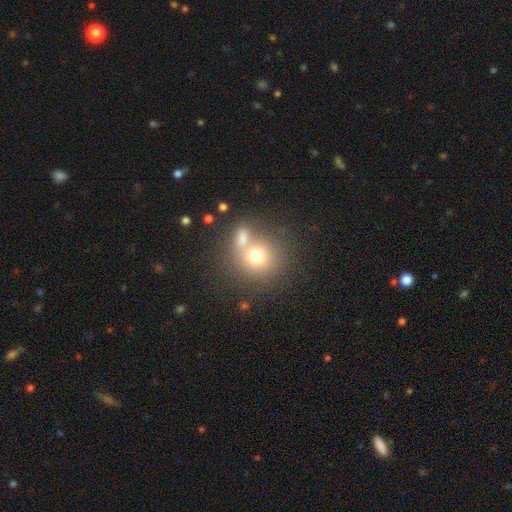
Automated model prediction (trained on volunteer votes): smooth 71%, featured or disk 17%, star or artifact 12%. Down the decision tree: how rounded — round (84%); merging — none (46%).